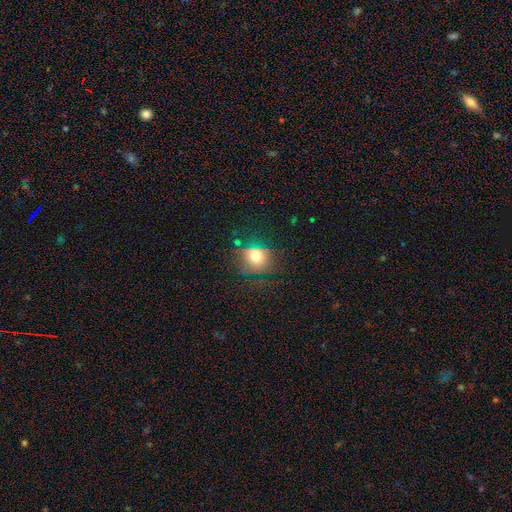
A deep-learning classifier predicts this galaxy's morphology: This appears to be a smooth galaxy with no disk features (71%) that is round (75%). Merging: none (70%).